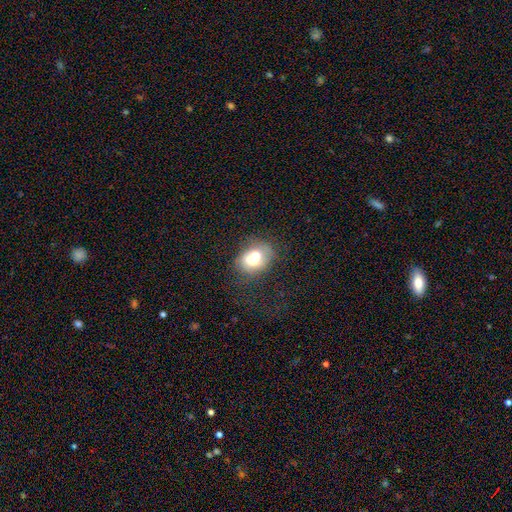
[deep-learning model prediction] Q: Smooth or featured?
A: smooth (62%); runner-up: featured or disk (29%)
Q: How rounded?
A: round (50%); runner-up: in between (49%)
Q: Merging?
A: merger (57%); runner-up: none (29%)